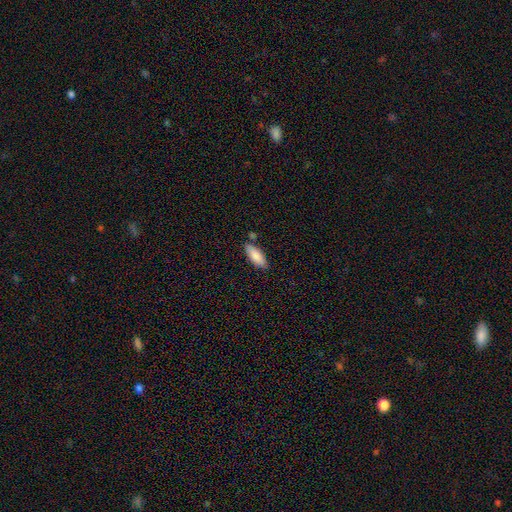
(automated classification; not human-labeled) This appears to be a smooth galaxy with no disk features (85%) that is in between round and cigar-shaped (73%). Merging: none (76%).